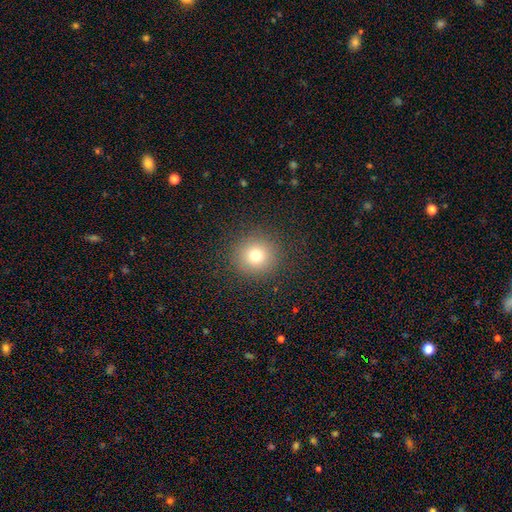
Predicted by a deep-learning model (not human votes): smooth_or_featured: smooth (p=0.75) [alt: star or artifact p=0.15]
how_rounded: round (p=0.94) [alt: in between p=0.05]
merging: none (p=0.89) [alt: minor disturbance p=0.06]